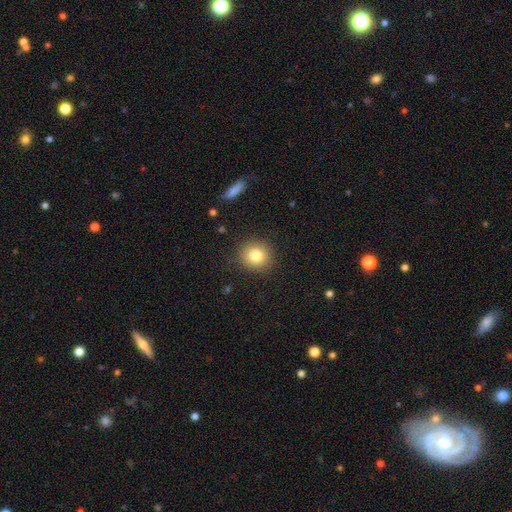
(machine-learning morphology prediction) Smooth or featured?
  - smooth: 81% *
  - star or artifact: 10%
  - featured or disk: 8%
How rounded?
  - round: 90% *
  - in between: 9%
  - cigar-shaped: 1%
Merging?
  - none: 89% *
  - minor disturbance: 8%
  - major disturbance: 2%
  - merger: 1%